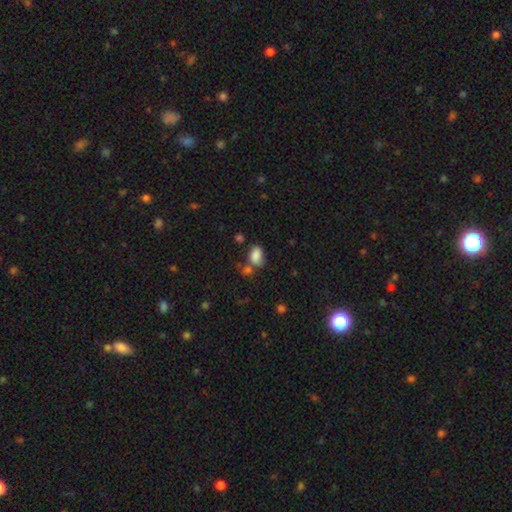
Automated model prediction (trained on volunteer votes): smooth_or_featured: smooth (p=0.83) [alt: star or artifact p=0.10]
how_rounded: in between (p=0.86) [alt: round p=0.12]
merging: none (p=0.51) [alt: minor disturbance p=0.22]